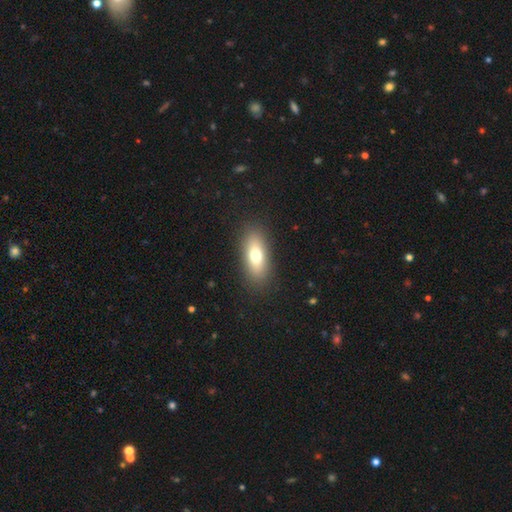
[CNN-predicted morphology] A smooth galaxy with no disk features (73%) that is in between round and cigar-shaped (76%).

Vote fractions:
- Smooth or featured? smooth: 73% / featured or disk: 19% / star or artifact: 8%
- How rounded? in between: 76% / cigar-shaped: 20% / round: 4%
- Merging? none: 88% / minor disturbance: 8% / major disturbance: 3% / merger: 1%